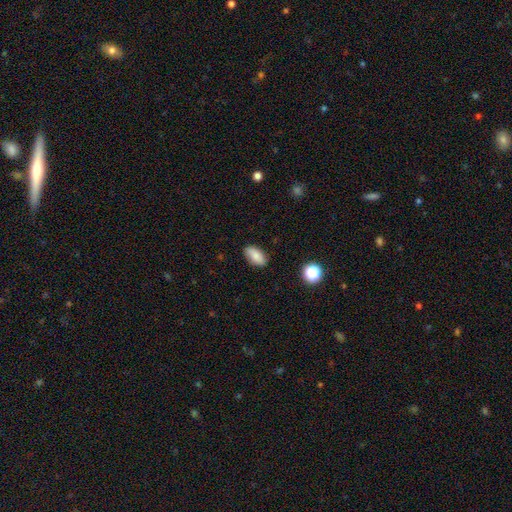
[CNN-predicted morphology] Q: Smooth or featured?
A: smooth (82%); runner-up: featured or disk (9%)
Q: How rounded?
A: in between (92%); runner-up: round (5%)
Q: Merging?
A: none (85%); runner-up: minor disturbance (11%)